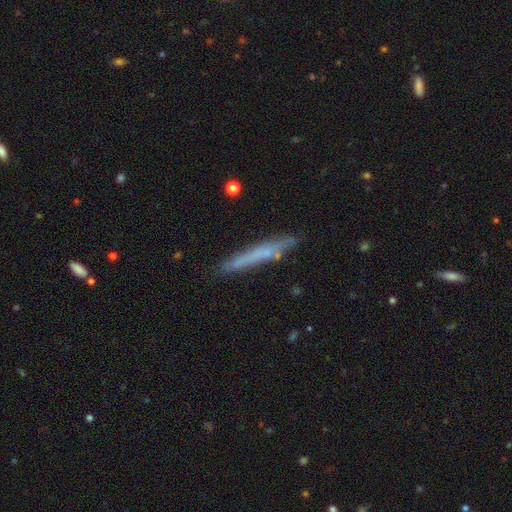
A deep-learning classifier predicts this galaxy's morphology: This is possibly a smooth galaxy (54%). How rounded: clearly cigar-shaped (96%). Merging: clearly none (83%).